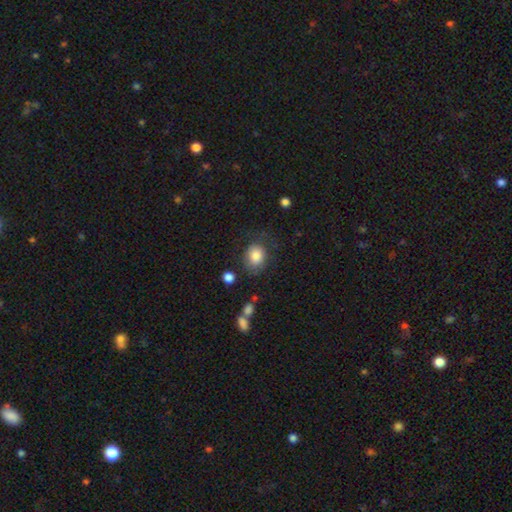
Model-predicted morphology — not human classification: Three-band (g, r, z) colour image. It shows a smooth galaxy with no disk features (84%) that is in between round and cigar-shaped (51%). Merging: none (65%).